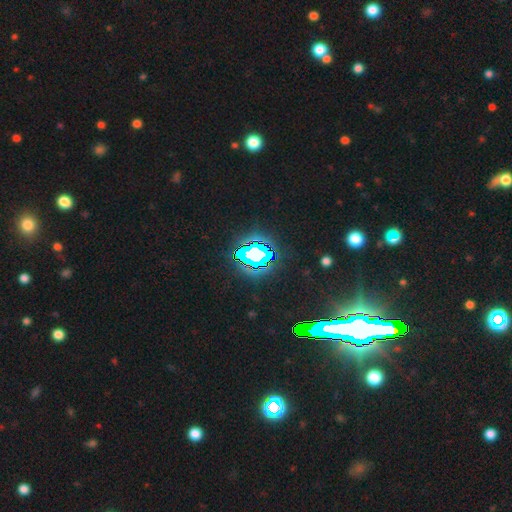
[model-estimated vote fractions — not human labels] Smooth or featured? star or artifact (68%)